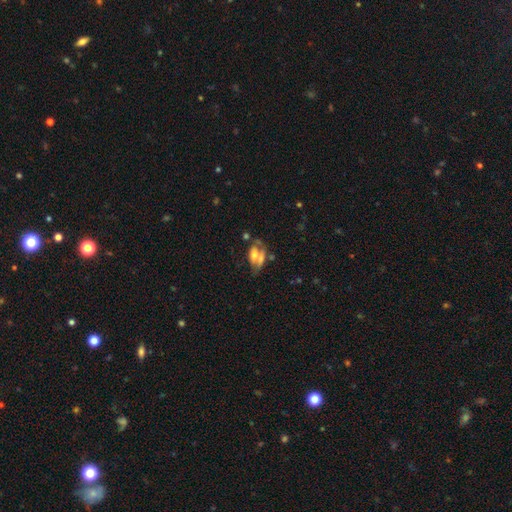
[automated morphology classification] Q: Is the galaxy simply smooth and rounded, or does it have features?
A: smooth — 45%.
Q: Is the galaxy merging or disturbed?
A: merger — 38%.